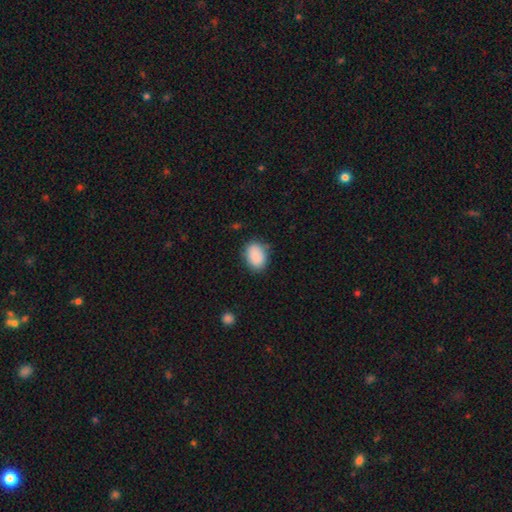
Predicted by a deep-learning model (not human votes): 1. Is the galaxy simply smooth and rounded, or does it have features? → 90% smooth, 7% star or artifact, 4% featured or disk.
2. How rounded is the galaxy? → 79% in between, 20% round, 1% cigar-shaped.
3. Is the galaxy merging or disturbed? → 82% none, 13% minor disturbance, 3% major disturbance, 1% merger.